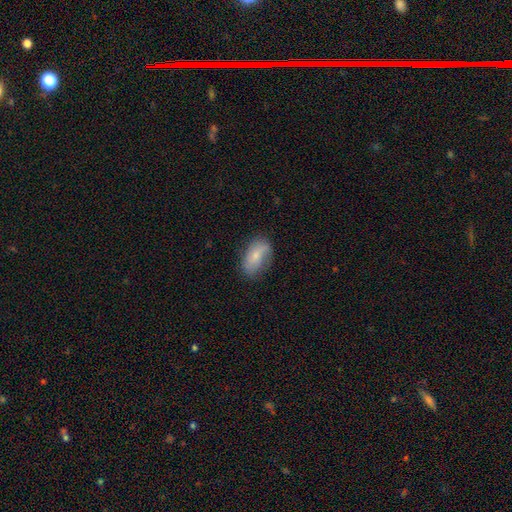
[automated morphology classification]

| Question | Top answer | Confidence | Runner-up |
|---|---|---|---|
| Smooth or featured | smooth | 66% | featured or disk (27%) |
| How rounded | in between | 89% | round (8%) |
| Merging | none | 69% | minor disturbance (23%) |